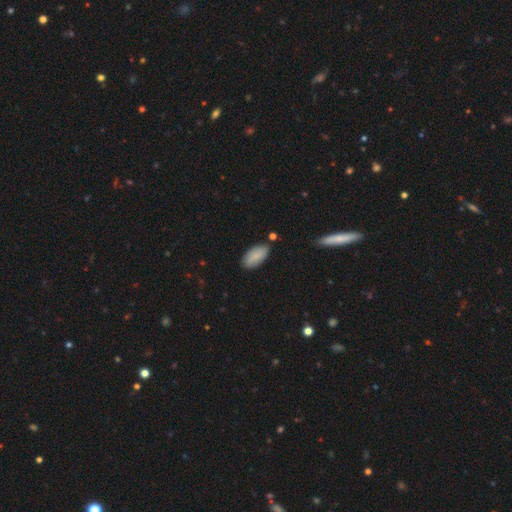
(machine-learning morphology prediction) Smooth or featured? smooth (85%)
How rounded? in between (92%)
Merging? none (79%)